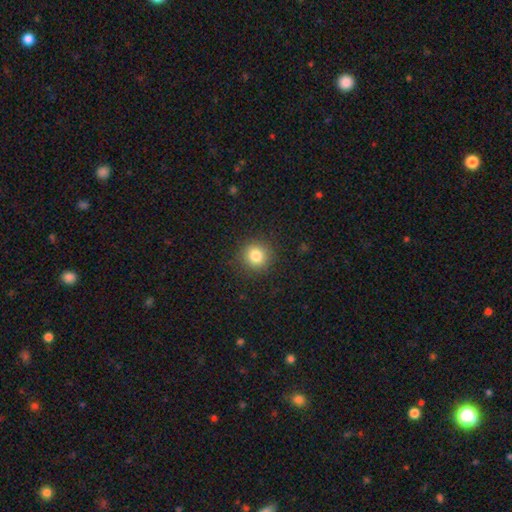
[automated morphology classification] Overall: smooth (82%). How rounded: round (91%). Merging: none (89%).